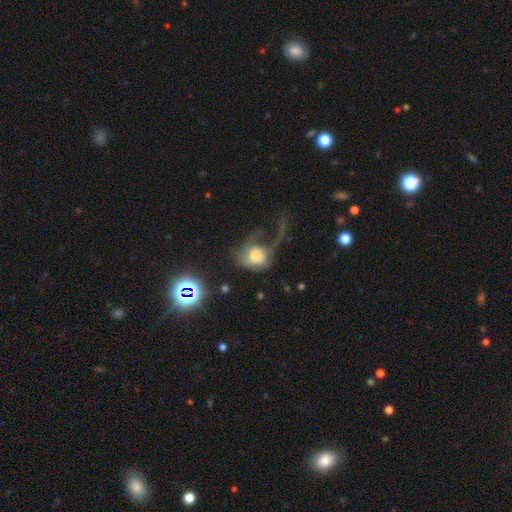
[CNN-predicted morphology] Smooth or featured: smooth — 52% (featured or disk — 37%)
How rounded: round — 56% (in between — 43%)
Merging: major disturbance — 66% (none — 16%)